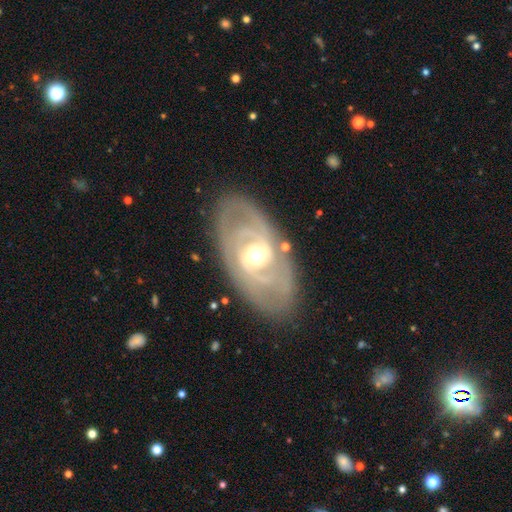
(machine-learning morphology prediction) This is clearly a featured or disk galaxy (86%). It is clearly not viewed edge-on (94%). Bar: possibly no (46%). Spiral arm pattern: clearly yes (93%). Spiral arm count: possibly 2 (49%). Spiral winding: likely tight (63%). Central bulge: likely moderate (65%). Merging: clearly none (83%).